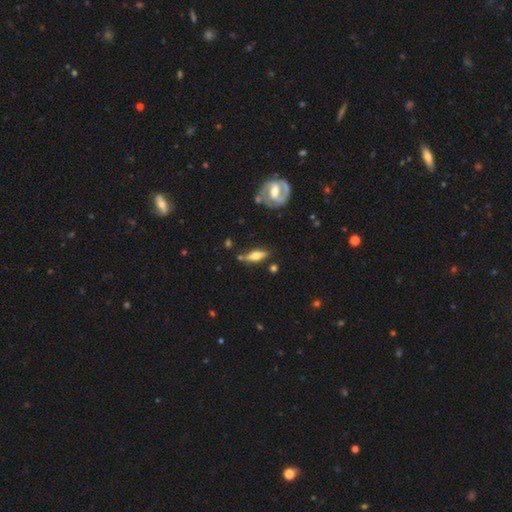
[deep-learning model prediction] This is possibly a smooth galaxy (47%). Merging: likely none (72%).